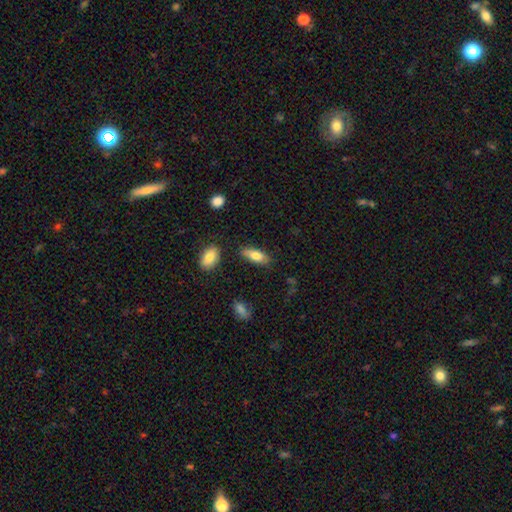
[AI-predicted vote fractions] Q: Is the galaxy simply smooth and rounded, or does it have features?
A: smooth — 78%.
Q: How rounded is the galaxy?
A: in between — 77%.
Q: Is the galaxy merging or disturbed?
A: none — 78%.